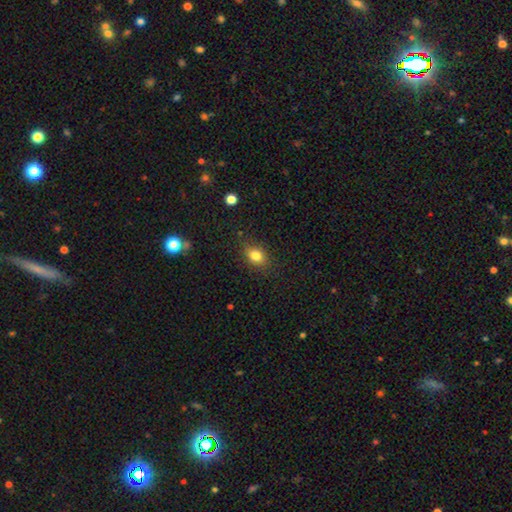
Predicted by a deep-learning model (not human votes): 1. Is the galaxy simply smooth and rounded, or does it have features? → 81% smooth, 11% star or artifact, 7% featured or disk.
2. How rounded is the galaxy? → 62% in between, 37% round, 2% cigar-shaped.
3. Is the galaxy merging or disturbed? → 82% none, 13% minor disturbance, 3% major disturbance, 1% merger.